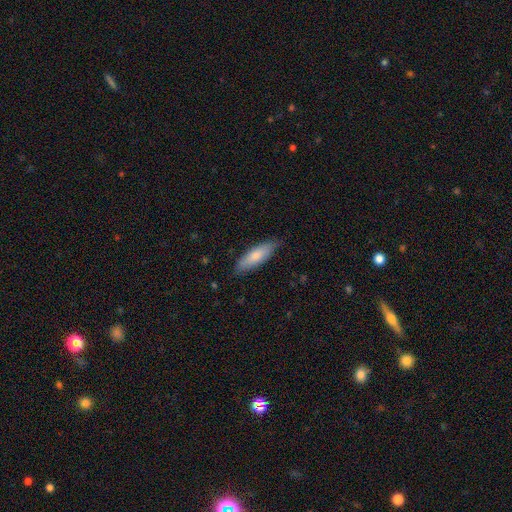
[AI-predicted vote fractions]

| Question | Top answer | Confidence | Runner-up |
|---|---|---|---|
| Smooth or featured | smooth | 75% | featured or disk (20%) |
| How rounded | cigar-shaped | 49% | tied: in between (49%) |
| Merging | none | 81% | minor disturbance (16%) |